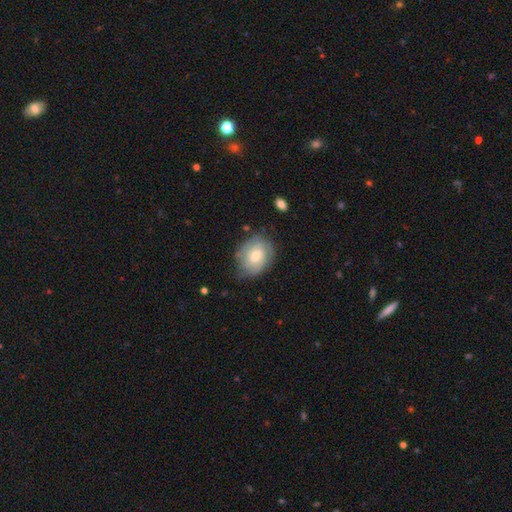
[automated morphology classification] A featured or disk galaxy (63%) with no bar (48%), tight (60%) spiral arms (85%) and a moderate central bulge (63%). Merging: none (69%).